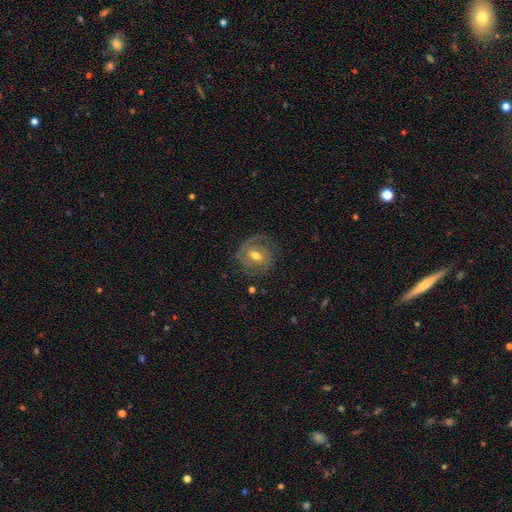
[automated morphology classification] Smooth or featured?
  - featured or disk: 71% *
  - smooth: 22%
  - star or artifact: 7%
Edge-on disk?
  - no: 96% *
  - yes: 4%
Bar?
  - weak: 50% *
  - no: 31%
  - strong: 19%
Spiral arms?
  - yes: 84% *
  - no: 16%
Spiral winding?
  - tight: 56% *
  - medium: 32%
  - loose: 12%
Spiral arm count?
  - 2: 49% *
  - 1: 26%
  - can't tell: 17%
  - 3: 5%
  - 4: 2%
  - more than 4: 2%
Bulge size?
  - moderate: 75% *
  - small: 16%
  - large: 7%
  - none: 1%
  - dominant: 1%
Merging?
  - none: 71% *
  - minor disturbance: 18%
  - major disturbance: 9%
  - merger: 2%